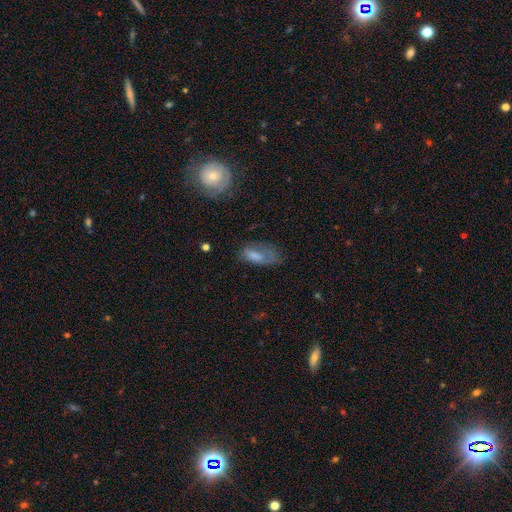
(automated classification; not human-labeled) A smooth galaxy with no disk features (65%) that is in between round and cigar-shaped (85%). Merging: none (38%).